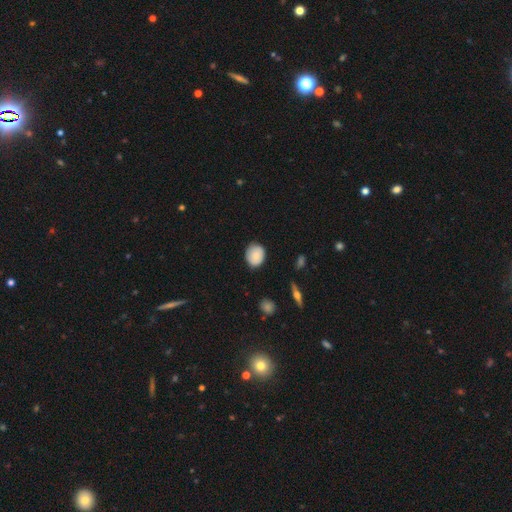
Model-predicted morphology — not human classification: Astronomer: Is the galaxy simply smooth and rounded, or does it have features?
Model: smooth — 80%.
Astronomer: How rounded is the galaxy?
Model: round — 69%.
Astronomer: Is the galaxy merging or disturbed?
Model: none — 80%.